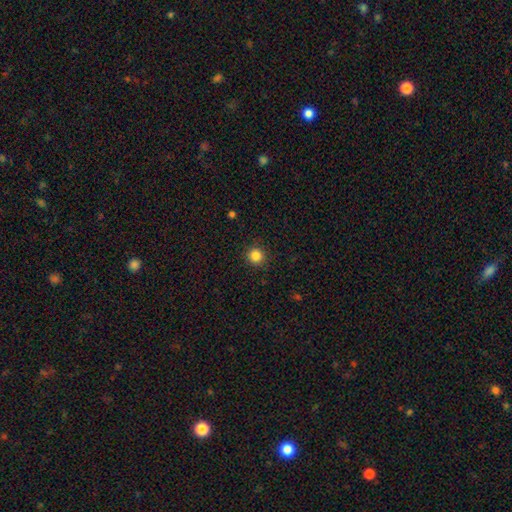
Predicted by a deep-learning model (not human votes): A smooth galaxy with no disk features (85%) that is round (94%). Merging: none (92%).